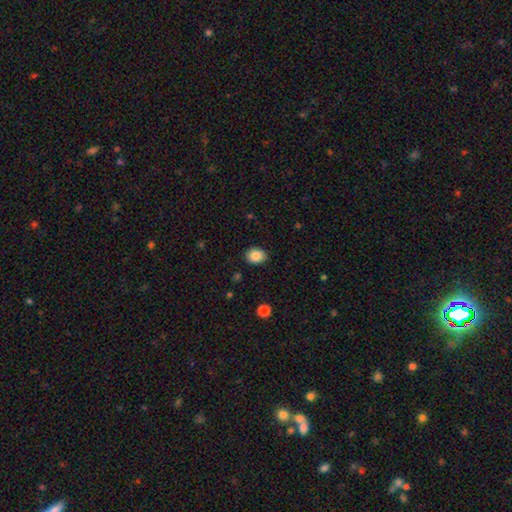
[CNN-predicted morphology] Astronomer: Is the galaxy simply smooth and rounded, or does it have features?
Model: smooth — 86%.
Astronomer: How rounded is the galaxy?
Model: in between — 54% (runner-up: round, 45%).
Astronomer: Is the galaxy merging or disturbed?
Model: none — 87%.